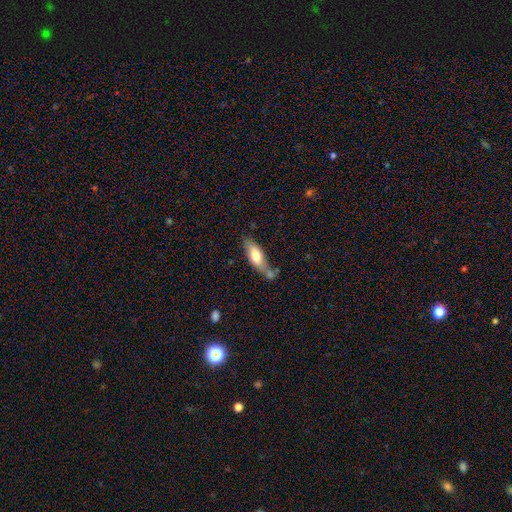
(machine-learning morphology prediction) A smooth galaxy with no disk features (69%) that is in between round and cigar-shaped (69%).

Vote fractions:
- Smooth or featured? smooth: 69% / featured or disk: 24% / star or artifact: 6%
- How rounded? in between: 69% / cigar-shaped: 28% / round: 3%
- Merging? none: 40% / minor disturbance: 25% / merger: 23% / major disturbance: 12%